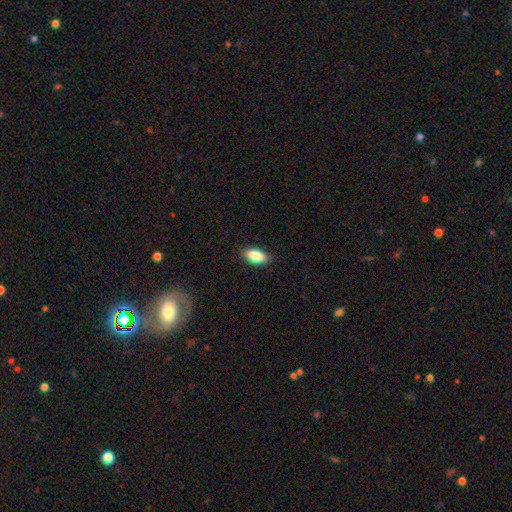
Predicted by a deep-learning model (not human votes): Smooth or featured? smooth (83%)
How rounded? in between (88%)
Merging? none (87%)